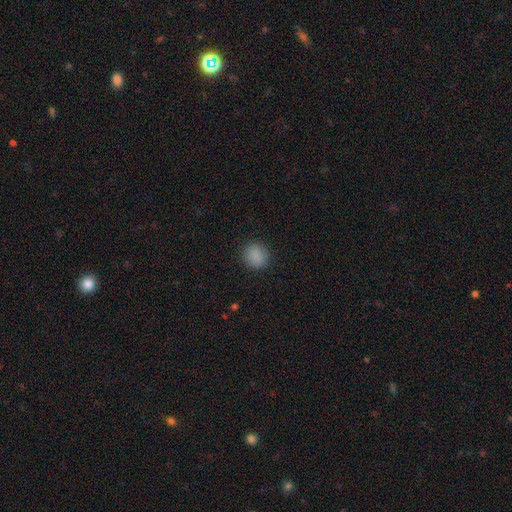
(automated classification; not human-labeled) Smooth or featured? smooth (87%)
How rounded? round (85%)
Merging? none (89%)